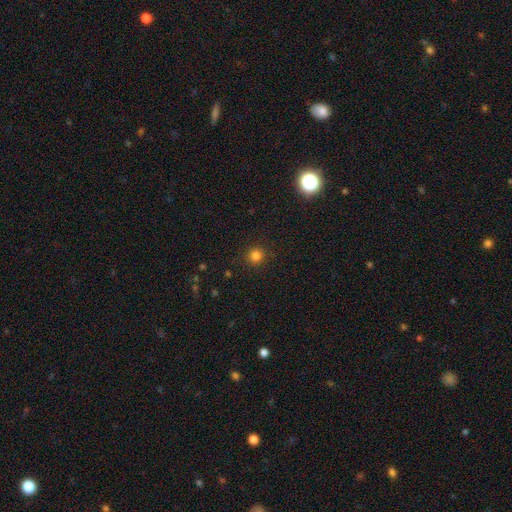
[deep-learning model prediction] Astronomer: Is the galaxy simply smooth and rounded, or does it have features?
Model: smooth — 81%.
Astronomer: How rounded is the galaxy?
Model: round — 95%.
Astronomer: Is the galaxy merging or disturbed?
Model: none — 91%.